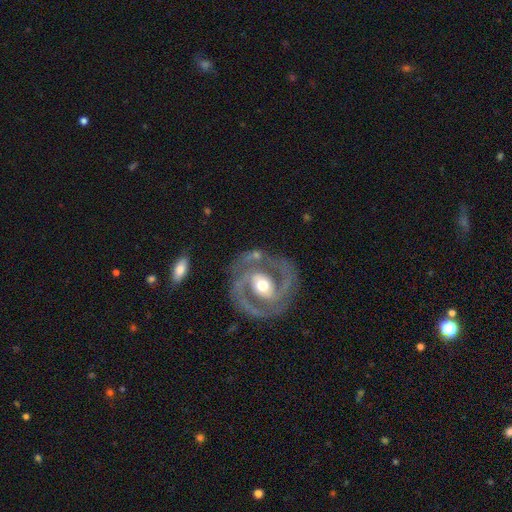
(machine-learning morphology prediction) Smooth or featured? Predicted: featured or disk (p=0.88). Edge-on disk? Predicted: no (p=0.97). Bar? Predicted: weak (p=0.35). Spiral arms? Predicted: yes (p=0.94). Spiral winding? Predicted: tight (p=0.46, tied with medium). Spiral arm count? Predicted: 2 (p=0.89). Bulge size? Predicted: moderate (p=0.71). Merging? Predicted: none (p=0.78).